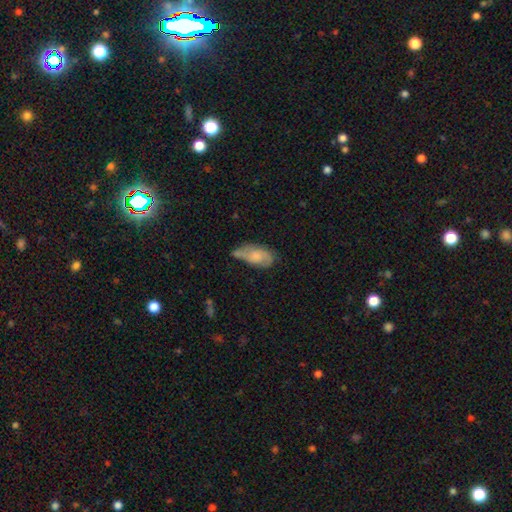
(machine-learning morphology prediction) Smooth or featured?
  - smooth: 51% *
  - featured or disk: 41%
  - star or artifact: 8%
How rounded?
  - in between: 87% *
  - cigar-shaped: 9%
  - round: 4%
Merging?
  - none: 45% *
  - minor disturbance: 35%
  - major disturbance: 12%
  - merger: 8%